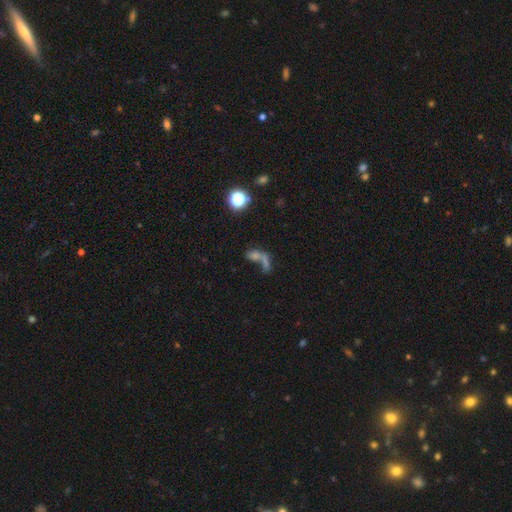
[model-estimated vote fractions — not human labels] smooth-or-featured: smooth: 48% | featured or disk: 27% | star or artifact: 25%
  merging: merger: 51% | none: 25% | major disturbance: 15% | minor disturbance: 8%